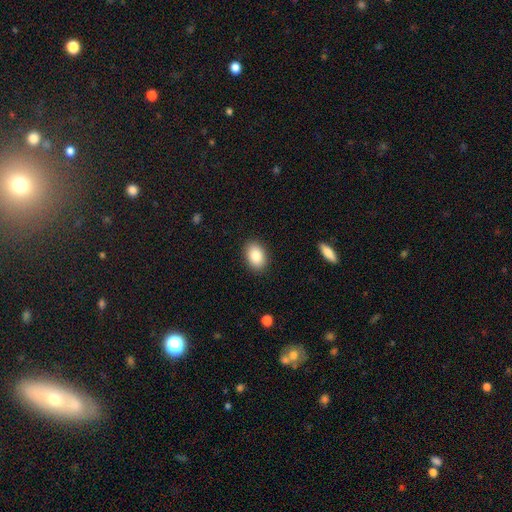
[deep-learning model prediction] Smooth or featured? smooth (86%)
How rounded? in between (86%)
Merging? none (89%)